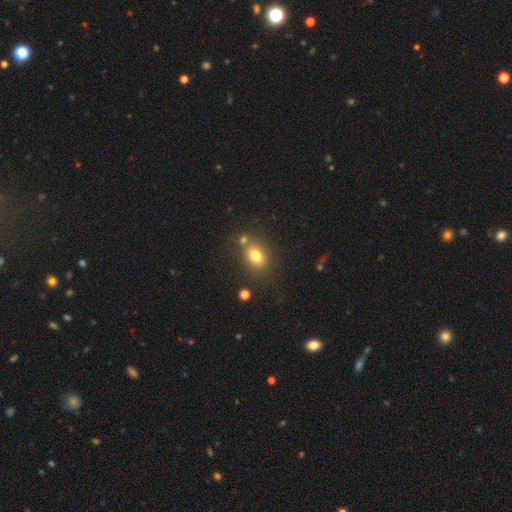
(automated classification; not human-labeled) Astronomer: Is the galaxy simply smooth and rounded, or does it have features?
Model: smooth — 76%.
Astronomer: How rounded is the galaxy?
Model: in between — 65%.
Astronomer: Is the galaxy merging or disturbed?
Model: none — 66%.